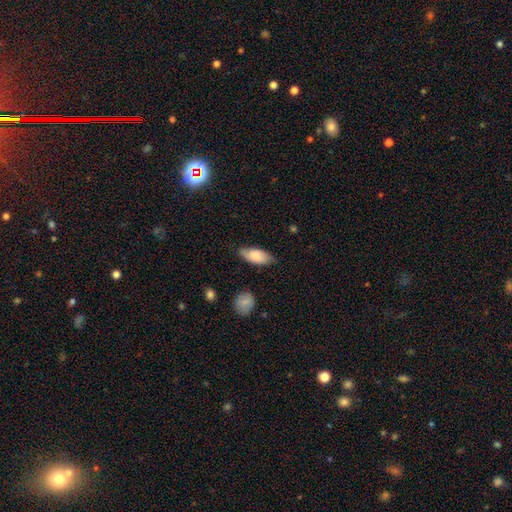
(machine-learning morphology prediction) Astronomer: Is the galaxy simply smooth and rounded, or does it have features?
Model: smooth — 76%.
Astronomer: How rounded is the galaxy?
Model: in between — 85%.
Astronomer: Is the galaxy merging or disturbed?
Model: none — 71%.